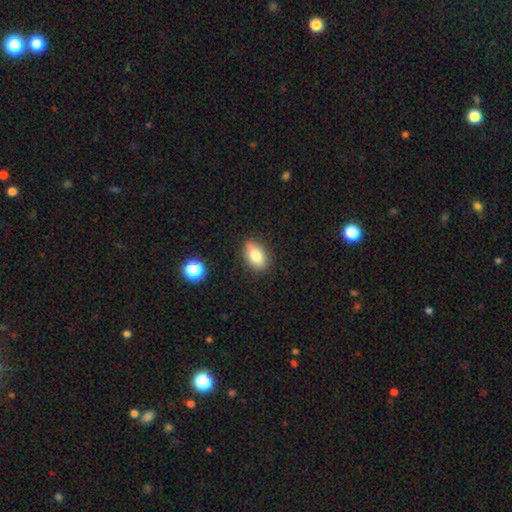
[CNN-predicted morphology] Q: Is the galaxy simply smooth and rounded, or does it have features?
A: smooth — 78%.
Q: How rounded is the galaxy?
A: in between — 85%.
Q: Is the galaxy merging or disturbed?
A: none — 81%.